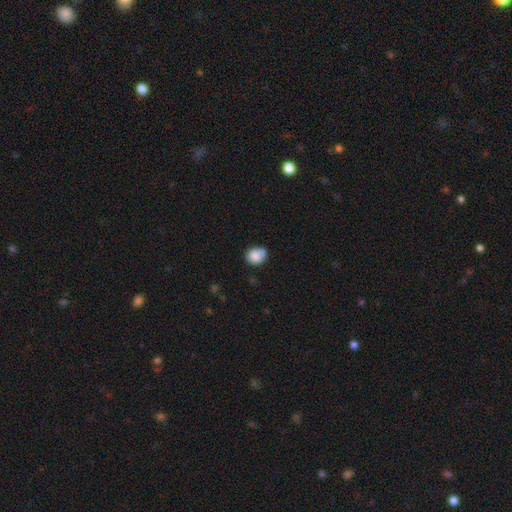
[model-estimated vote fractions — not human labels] Morphology: type=smooth (83%); roundness=round (54%); merging=none (63%).